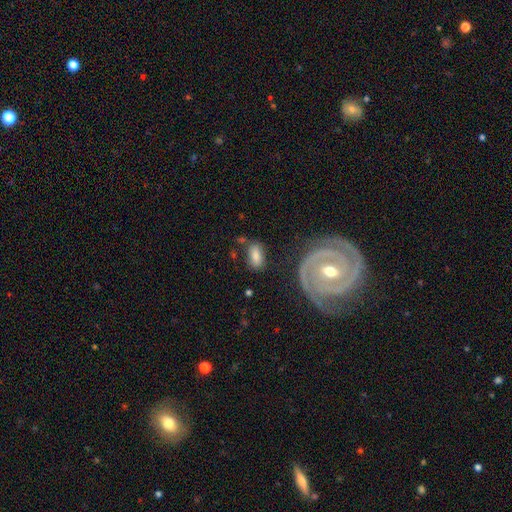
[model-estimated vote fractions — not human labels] Morphology: type=smooth (77%); roundness=in between (91%); merging=none (66%).